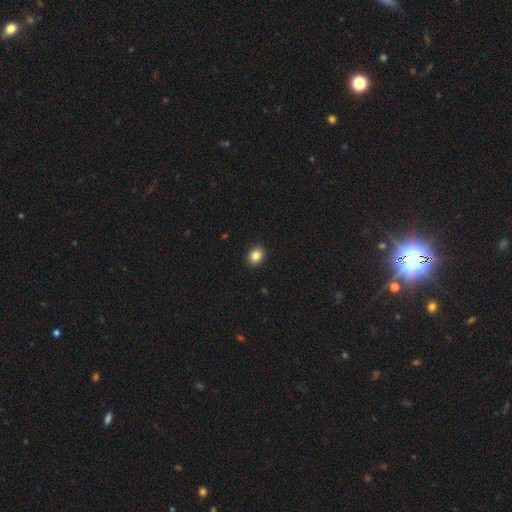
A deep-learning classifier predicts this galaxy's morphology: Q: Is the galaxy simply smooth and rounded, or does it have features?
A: smooth — 85%.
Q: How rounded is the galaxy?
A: round — 56%.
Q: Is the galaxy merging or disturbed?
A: none — 91%.